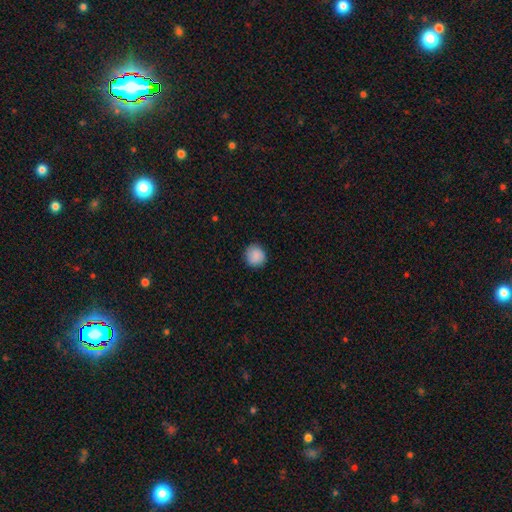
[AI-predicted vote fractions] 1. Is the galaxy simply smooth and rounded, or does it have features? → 88% smooth, 8% star or artifact, 4% featured or disk.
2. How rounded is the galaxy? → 90% round, 9% in between, 1% cigar-shaped.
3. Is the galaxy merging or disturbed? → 89% none, 8% minor disturbance, 2% major disturbance, 1% merger.